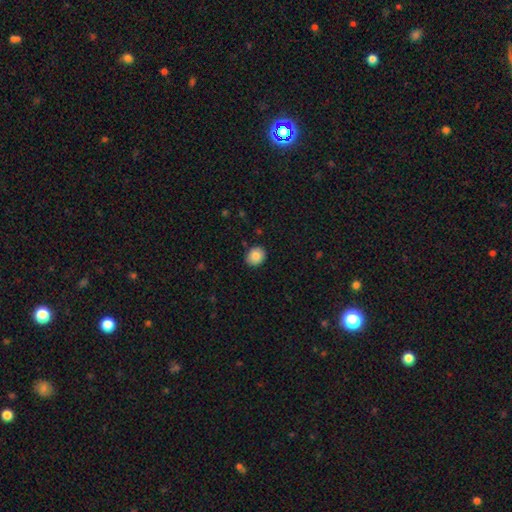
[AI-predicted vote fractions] Morphology: type=smooth (83%); roundness=round (67%); merging=none (88%).